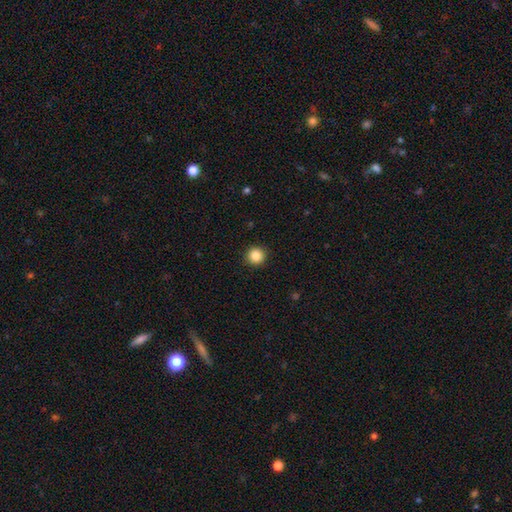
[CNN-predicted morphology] Q: Smooth or featured?
A: smooth (86%); runner-up: star or artifact (10%)
Q: How rounded?
A: round (95%); runner-up: in between (4%)
Q: Merging?
A: none (92%); runner-up: minor disturbance (5%)